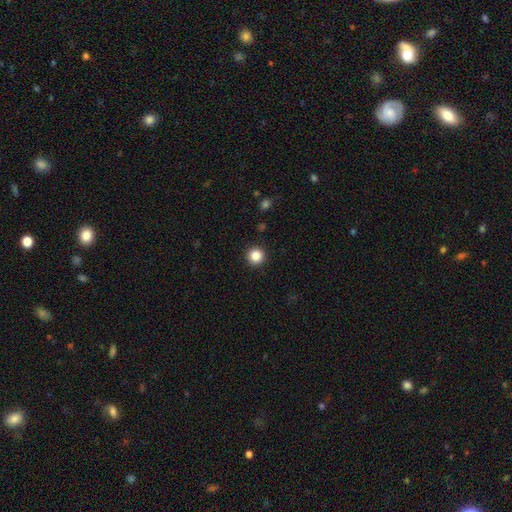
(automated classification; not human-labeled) Overall: smooth (85%). How rounded: round (96%). Merging: none (93%).